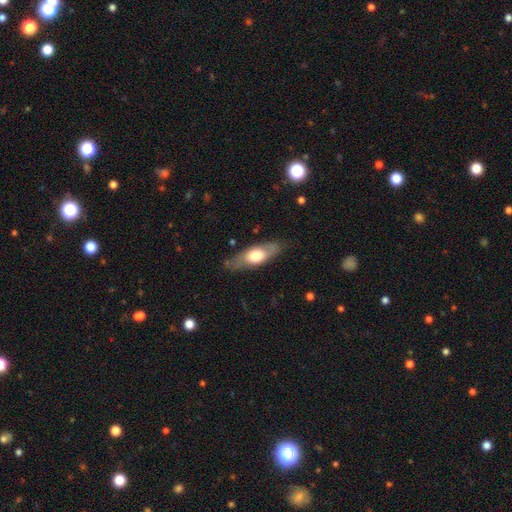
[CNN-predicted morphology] A smooth galaxy with no disk features (54%) that is in between round and cigar-shaped (71%).

Vote fractions:
- Smooth or featured? smooth: 54% / featured or disk: 41% / star or artifact: 6%
- How rounded? in between: 71% / cigar-shaped: 25% / round: 3%
- Merging? none: 78% / minor disturbance: 17% / major disturbance: 4% / merger: 1%